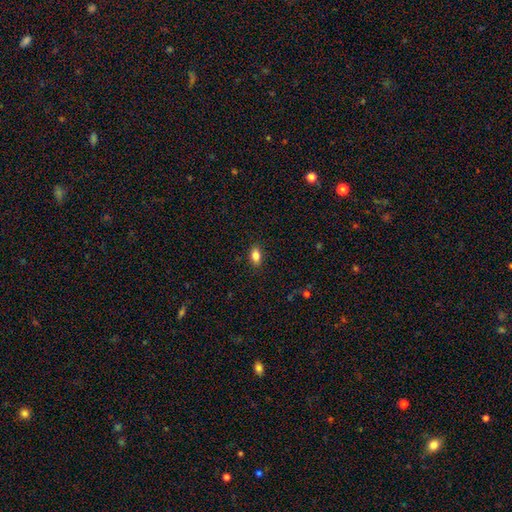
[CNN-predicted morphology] smooth_or_featured: smooth (p=0.84) [alt: star or artifact p=0.09]
how_rounded: in between (p=0.87) [alt: round p=0.09]
merging: none (p=0.89) [alt: minor disturbance p=0.08]